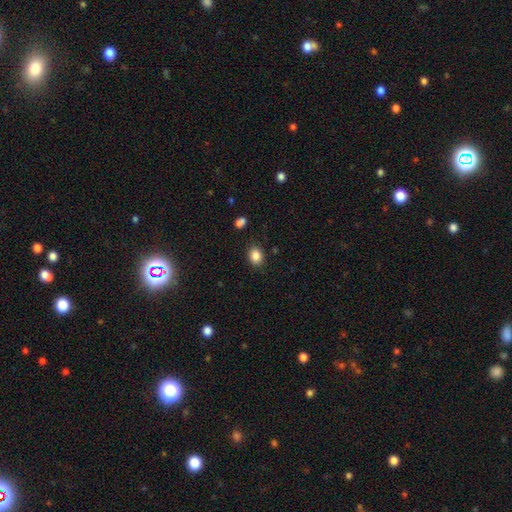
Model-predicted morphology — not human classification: type=smooth (86%); roundness=in between (54%); merging=none (87%).